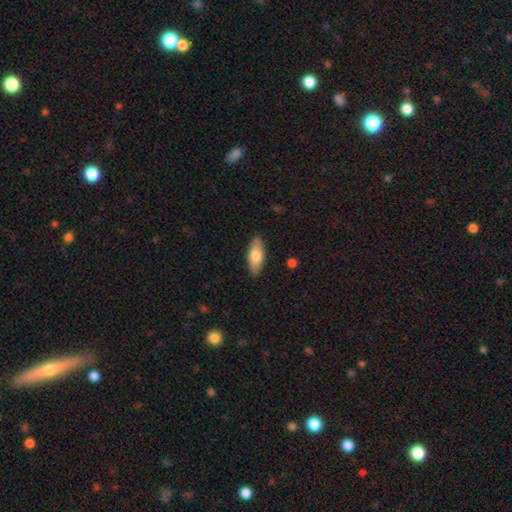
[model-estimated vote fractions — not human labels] smooth_or_featured: smooth (p=0.73) [alt: featured or disk p=0.22]
how_rounded: in between (p=0.72) [alt: cigar-shaped p=0.25]
merging: none (p=0.88) [alt: minor disturbance p=0.09]